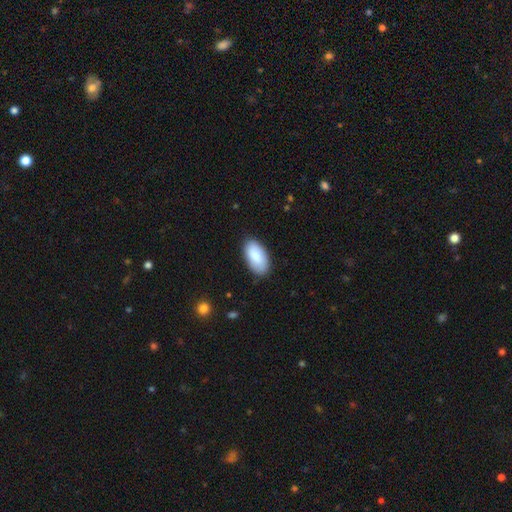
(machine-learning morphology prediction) smooth 88%, featured or disk 6%, star or artifact 6%. Down the decision tree: how rounded — in between (95%); merging — none (85%).